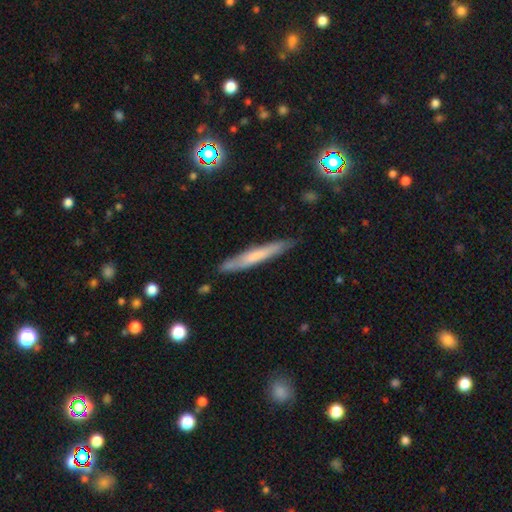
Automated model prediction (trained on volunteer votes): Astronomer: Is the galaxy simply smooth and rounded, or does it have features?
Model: smooth — 59% (runner-up: featured or disk, 35%).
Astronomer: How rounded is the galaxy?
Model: cigar-shaped — 95%.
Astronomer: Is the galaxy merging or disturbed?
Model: none — 84%.